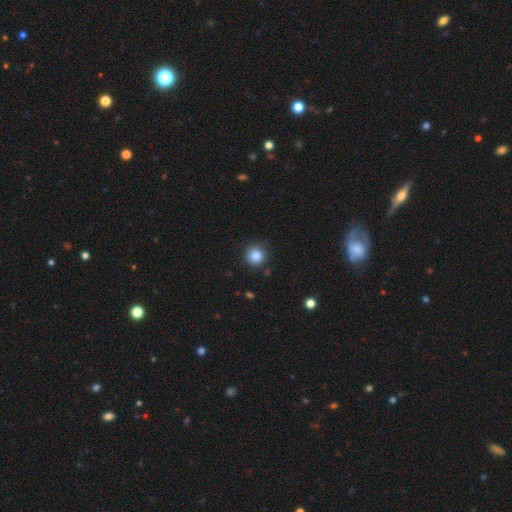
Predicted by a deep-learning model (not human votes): Morphology: type=smooth (86%); roundness=round (92%); merging=none (84%).